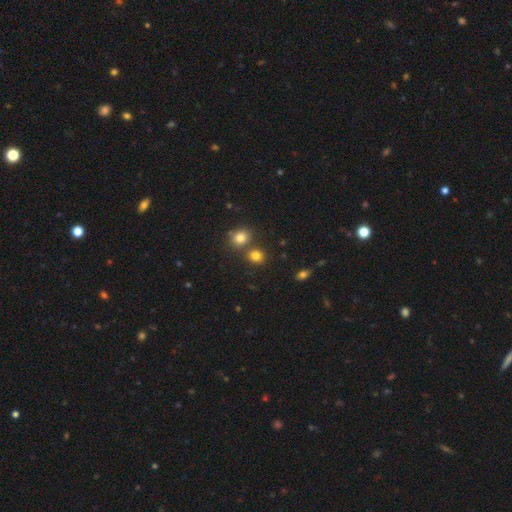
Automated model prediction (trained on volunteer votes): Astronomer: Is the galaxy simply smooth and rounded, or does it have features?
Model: smooth — 80%.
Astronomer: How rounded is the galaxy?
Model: round — 74%.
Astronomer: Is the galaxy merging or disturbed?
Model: none — 67%.